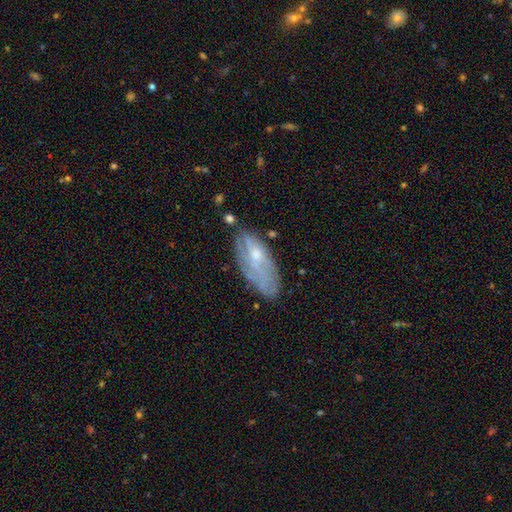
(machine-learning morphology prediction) Smooth or featured: featured or disk — 56% (smooth — 35%)
Edge-on disk: no — 84% (yes — 16%)
Merging: none — 61% (minor disturbance — 26%)